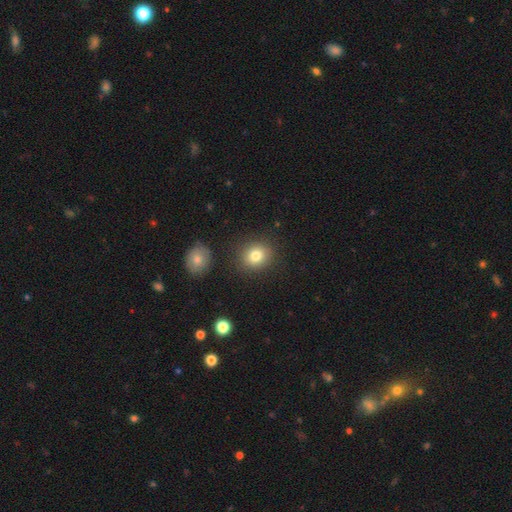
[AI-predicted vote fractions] Smooth or featured? smooth (81%)
How rounded? round (78%)
Merging? none (86%)